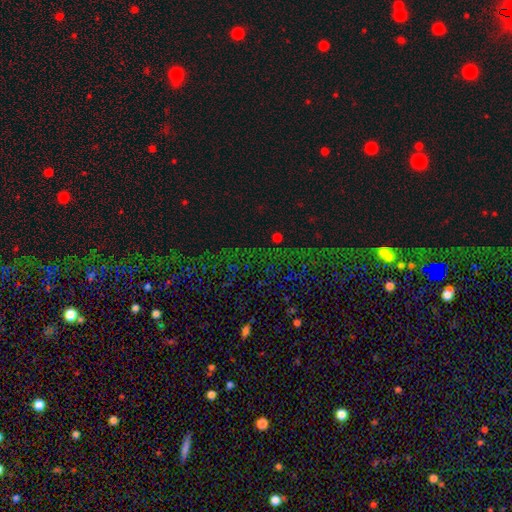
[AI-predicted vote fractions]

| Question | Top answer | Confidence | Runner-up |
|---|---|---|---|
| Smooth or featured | star or artifact | 80% | smooth (11%) |